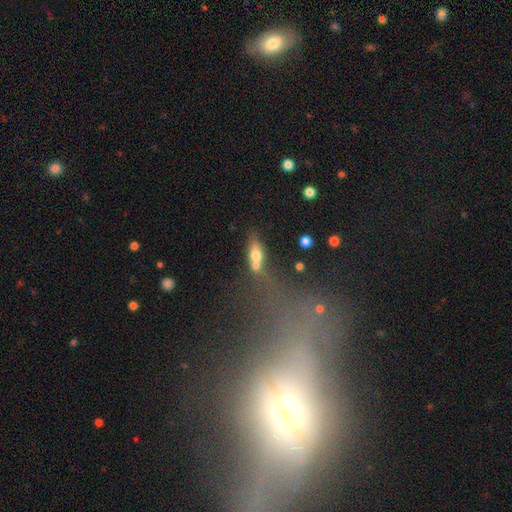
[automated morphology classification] Overall: smooth (66%). How rounded: in between (68%). Merging: merger (48%; none 31%).